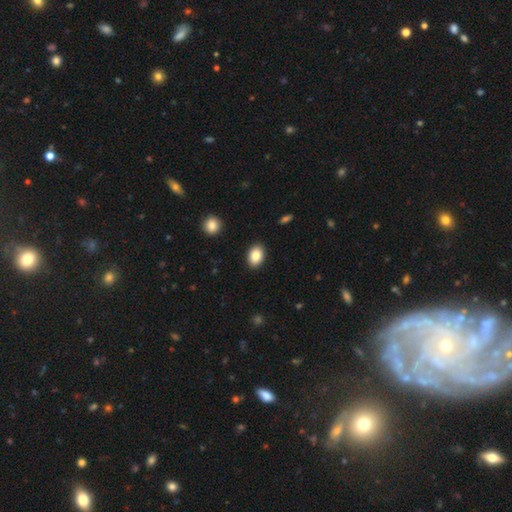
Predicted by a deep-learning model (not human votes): A smooth galaxy with no disk features (85%) that is in between round and cigar-shaped (84%). Merging: none (89%).